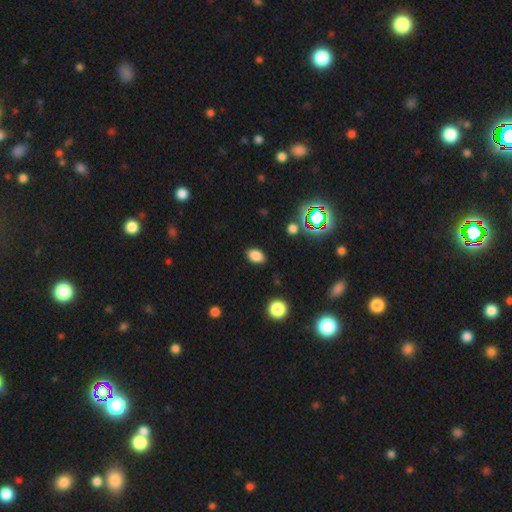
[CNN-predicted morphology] Smooth or featured? Predicted: smooth (p=0.81). How rounded? Predicted: in between (p=0.84). Merging? Predicted: none (p=0.85).